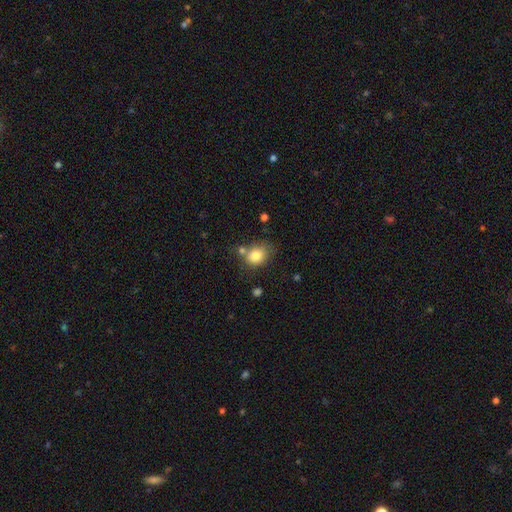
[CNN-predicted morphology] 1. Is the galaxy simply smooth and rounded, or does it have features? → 81% smooth, 10% star or artifact, 9% featured or disk.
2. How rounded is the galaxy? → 50% round, 49% in between, 1% cigar-shaped.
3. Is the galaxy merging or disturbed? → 54% none, 20% minor disturbance, 18% merger, 7% major disturbance.